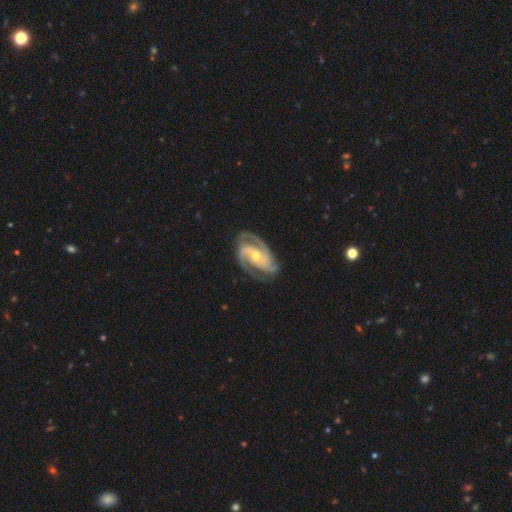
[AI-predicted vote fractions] Morphology: type=featured or disk (92%); edge-on=no (97%); bar=no (54%); spiral arms=yes (98%); winding=medium (49%); arm count=3 (46%); bulge=moderate (60%); merging=none (75%).